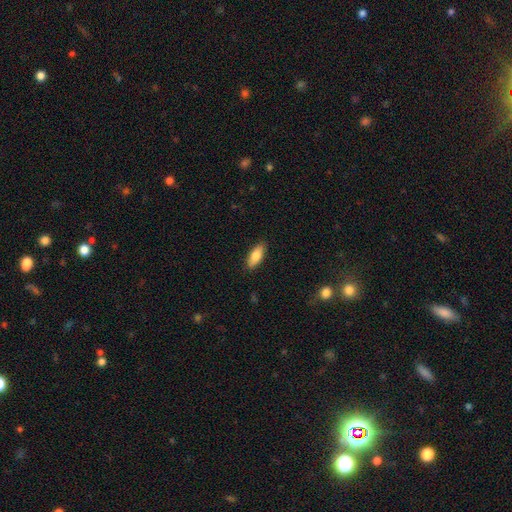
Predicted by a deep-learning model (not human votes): The model was most divided on "how rounded": in between: 76%, cigar-shaped: 21%, round: 2%. More confident: merging — none (88%); smooth or featured — smooth (81%).